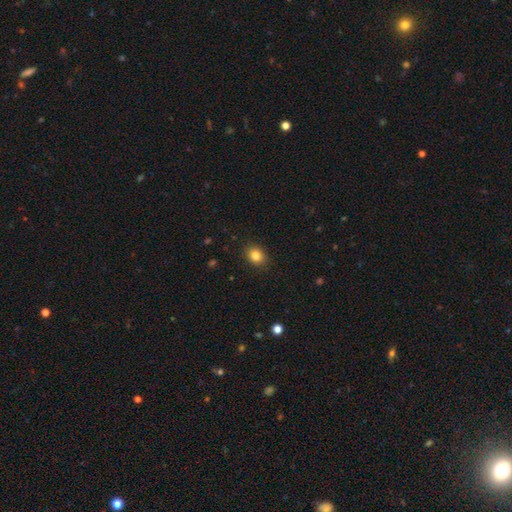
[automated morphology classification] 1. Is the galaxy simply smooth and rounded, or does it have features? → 83% smooth, 10% star or artifact, 7% featured or disk.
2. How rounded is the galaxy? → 54% round, 45% in between, 1% cigar-shaped.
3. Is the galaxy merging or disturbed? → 90% none, 7% minor disturbance, 2% major disturbance, 1% merger.